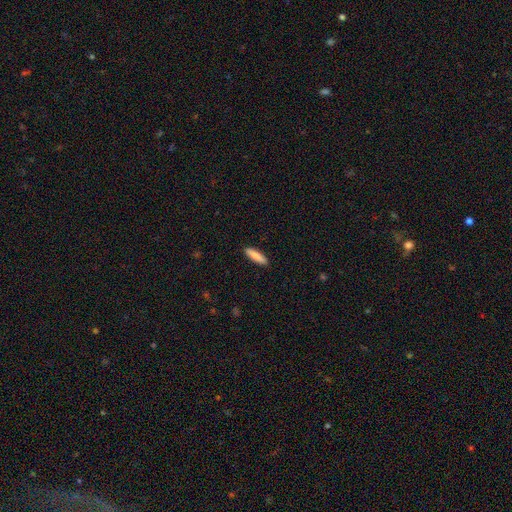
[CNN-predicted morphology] The model was most divided on "how rounded": cigar-shaped: 73%, in between: 26%, round: 1%. More confident: merging — none (91%); smooth or featured — smooth (86%).